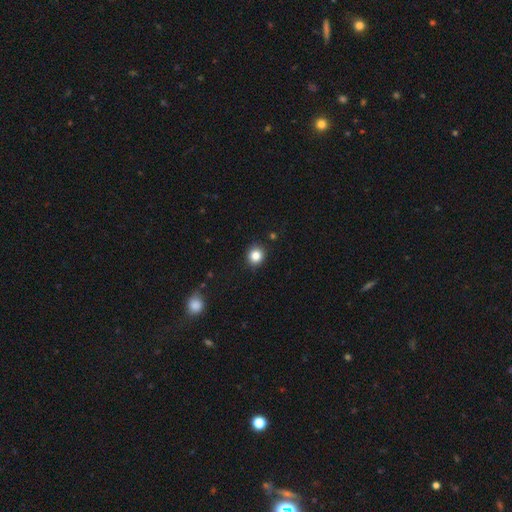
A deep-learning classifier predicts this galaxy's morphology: smooth-or-featured: smooth: 84% | star or artifact: 11% | featured or disk: 5%
  how-rounded: round: 83% | in between: 16% | cigar-shaped: 1%
  merging: none: 90% | minor disturbance: 7% | major disturbance: 2% | merger: 1%